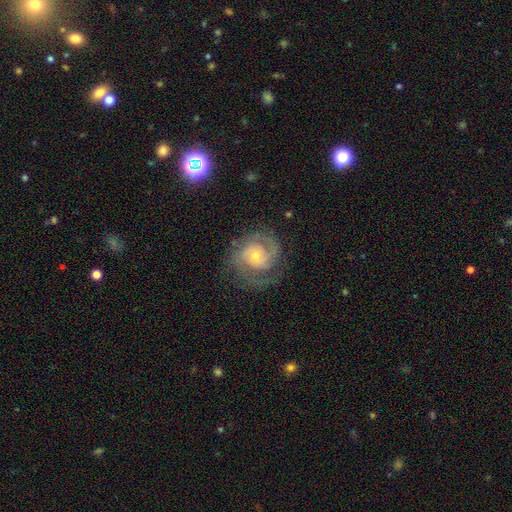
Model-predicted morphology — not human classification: The model was most divided on "bulge size": small: 51%, moderate: 44%, large: 3%, none: 1%, dominant: 1%. More confident: edge-on disk — no (98%); spiral arms — yes (96%); smooth or featured — featured or disk (86%); merging — none (74%); bar — no (67%); spiral winding — tight (58%); spiral arm count — 2 (57%).